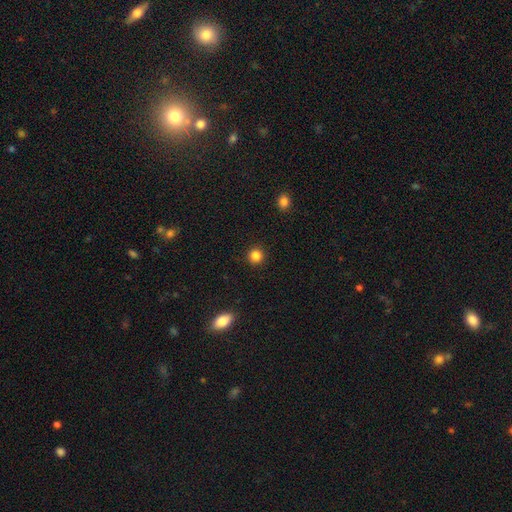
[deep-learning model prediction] smooth-or-featured: smooth: 85% | star or artifact: 11% | featured or disk: 3%
  how-rounded: round: 94% | in between: 5% | cigar-shaped: 1%
  merging: none: 92% | minor disturbance: 5% | major disturbance: 2% | merger: 1%